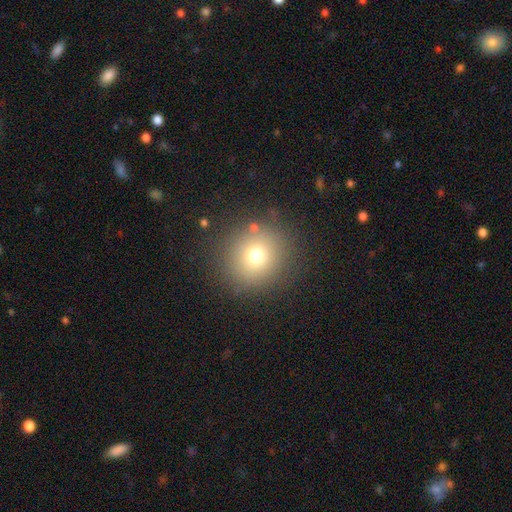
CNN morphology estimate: Smooth or featured? smooth (72%)
How rounded? round (90%)
Merging? none (86%)